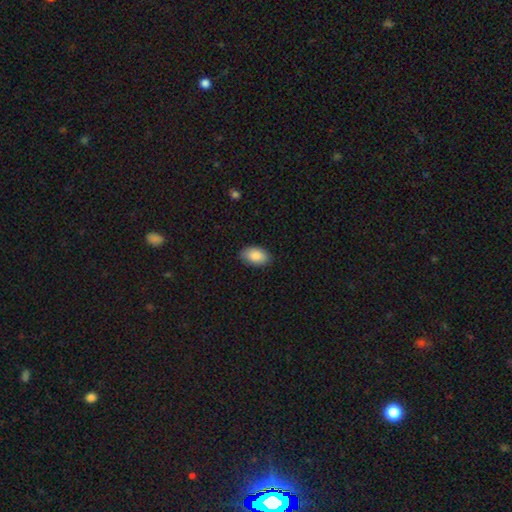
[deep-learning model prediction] Morphology: type=smooth (88%); roundness=in between (93%); merging=none (86%).